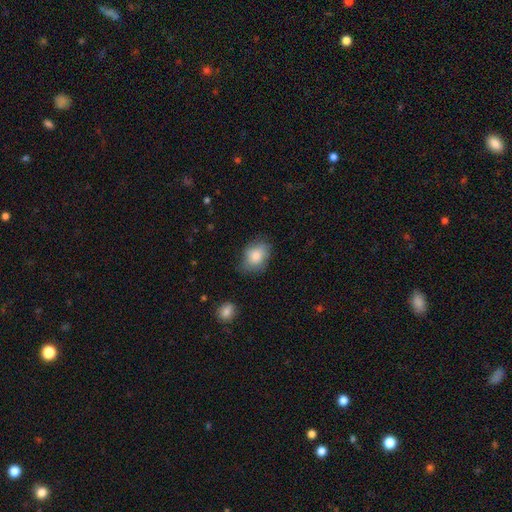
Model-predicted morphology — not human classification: smooth-or-featured: smooth: 81% | featured or disk: 12% | star or artifact: 7%
  how-rounded: in between: 74% | round: 25% | cigar-shaped: 1%
  merging: none: 67% | minor disturbance: 25% | major disturbance: 6% | merger: 2%